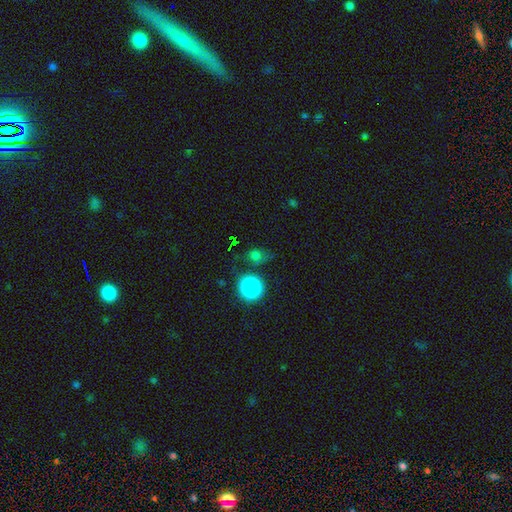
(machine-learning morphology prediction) smooth-or-featured: smooth: 62% | star or artifact: 28% | featured or disk: 11%
  how-rounded: round: 63% | in between: 35% | cigar-shaped: 3%
  merging: none: 63% | minor disturbance: 20% | major disturbance: 11% | merger: 6%